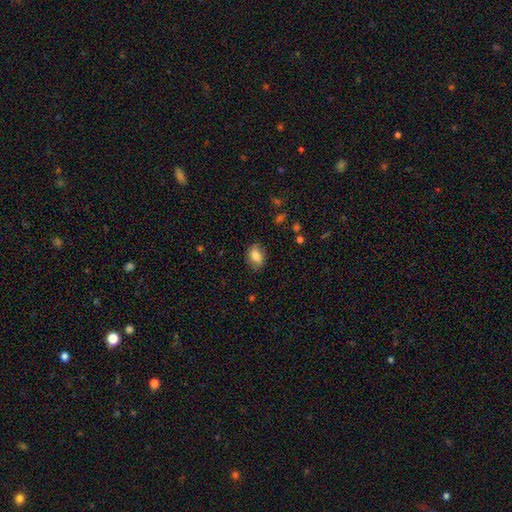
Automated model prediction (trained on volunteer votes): smooth-or-featured: smooth: 81% | featured or disk: 11% | star or artifact: 8%
  how-rounded: in between: 82% | round: 16% | cigar-shaped: 2%
  merging: none: 77% | minor disturbance: 17% | major disturbance: 4% | merger: 1%